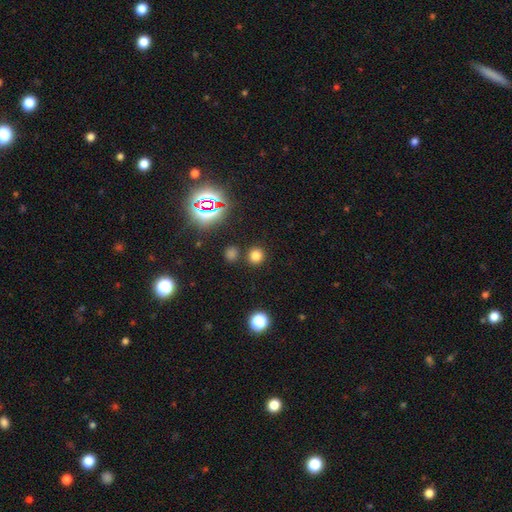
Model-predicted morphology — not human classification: Smooth or featured?
  - smooth: 75% *
  - star or artifact: 20%
  - featured or disk: 5%
How rounded?
  - round: 91% *
  - in between: 8%
  - cigar-shaped: 1%
Merging?
  - none: 85% *
  - minor disturbance: 6%
  - merger: 6%
  - major disturbance: 3%